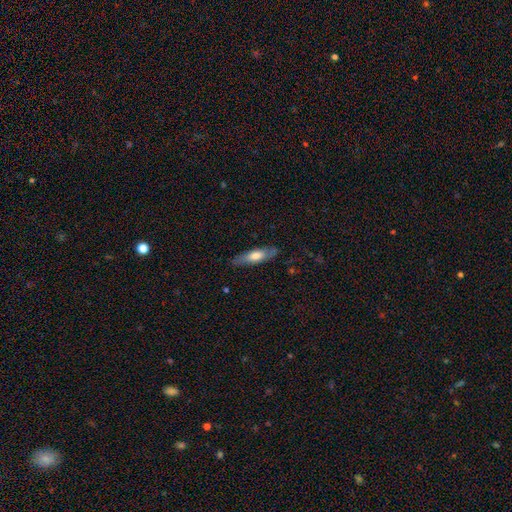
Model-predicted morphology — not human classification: This is likely a smooth galaxy (61%). How rounded: likely cigar-shaped (62%). Merging: clearly none (82%).